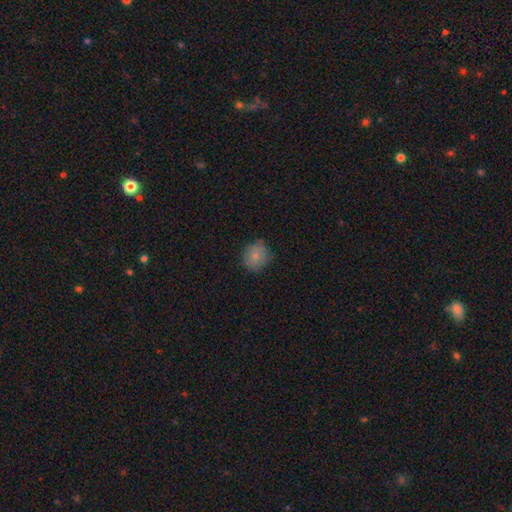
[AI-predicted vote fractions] smooth 79%, featured or disk 12%, star or artifact 9%. Down the decision tree: how rounded — round (79%); merging — none (78%).